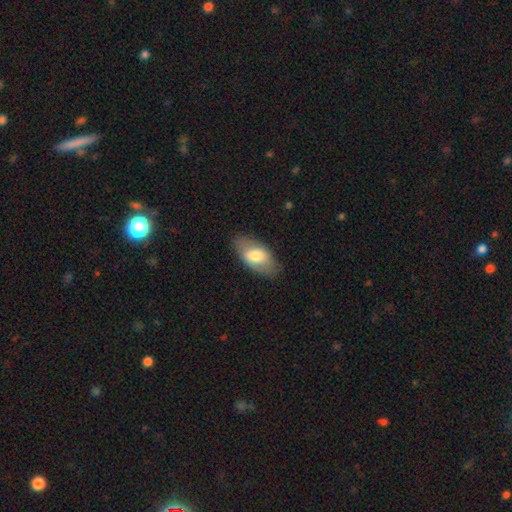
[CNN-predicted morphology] smooth-or-featured: smooth: 68% | featured or disk: 26% | star or artifact: 6%
  how-rounded: in between: 92% | cigar-shaped: 4% | round: 4%
  merging: none: 81% | minor disturbance: 14% | major disturbance: 4% | merger: 1%